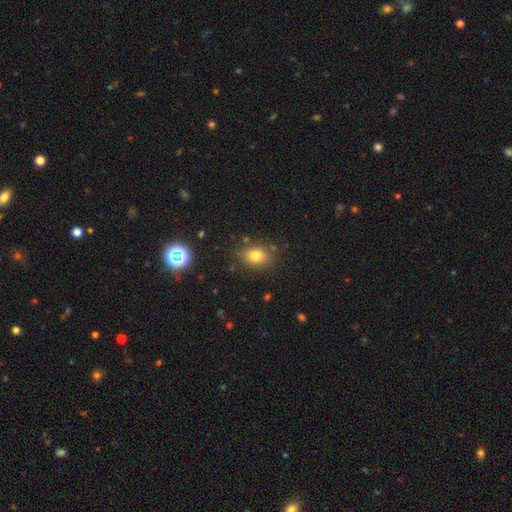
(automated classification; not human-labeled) smooth_or_featured: smooth (p=0.77) [alt: star or artifact p=0.14]
how_rounded: in between (p=0.56) [alt: round p=0.43]
merging: none (p=0.80) [alt: minor disturbance p=0.12]